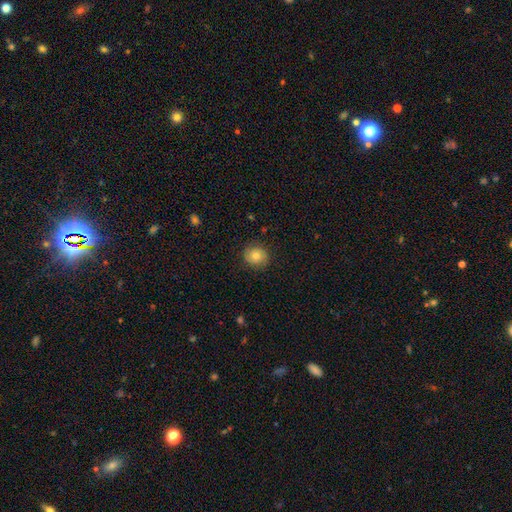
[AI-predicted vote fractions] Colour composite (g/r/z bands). It shows a smooth galaxy with no disk features (67%) that is round (82%). Merging: none (84%).